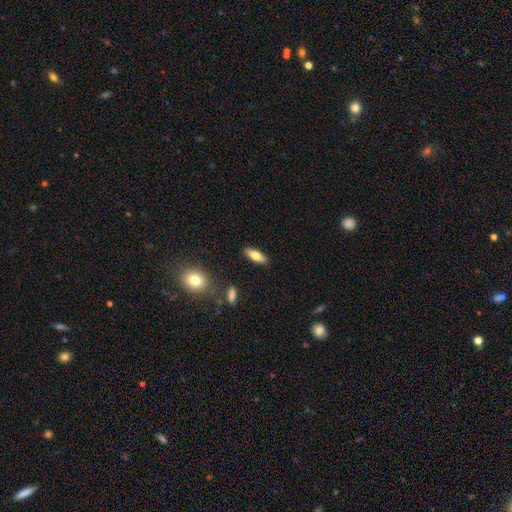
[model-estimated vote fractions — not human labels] smooth_or_featured: smooth (p=0.69) [alt: featured or disk p=0.24]
how_rounded: in between (p=0.63) [alt: cigar-shaped p=0.35]
merging: none (p=0.87) [alt: minor disturbance p=0.09]